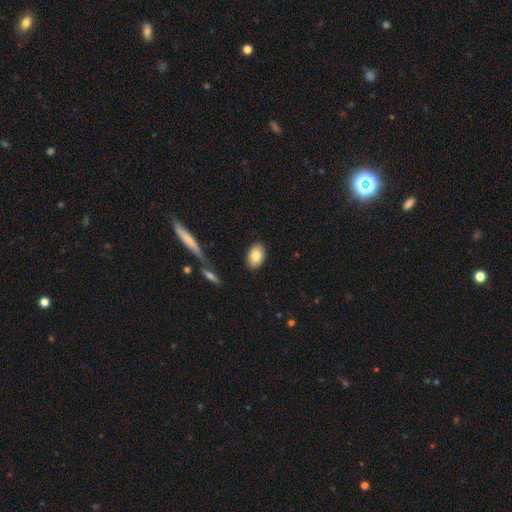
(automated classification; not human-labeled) The model was most divided on "smooth or featured": smooth: 84%, featured or disk: 10%, star or artifact: 7%. More confident: merging — none (87%); how rounded — in between (87%).